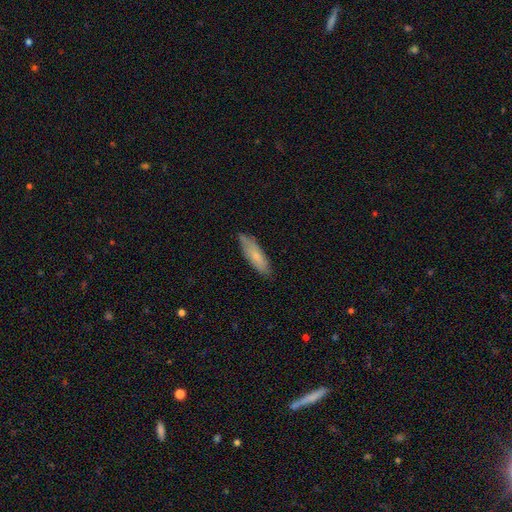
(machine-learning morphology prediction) A smooth galaxy with no disk features (70%) that is cigar-shaped (57%). Merging: none (79%).